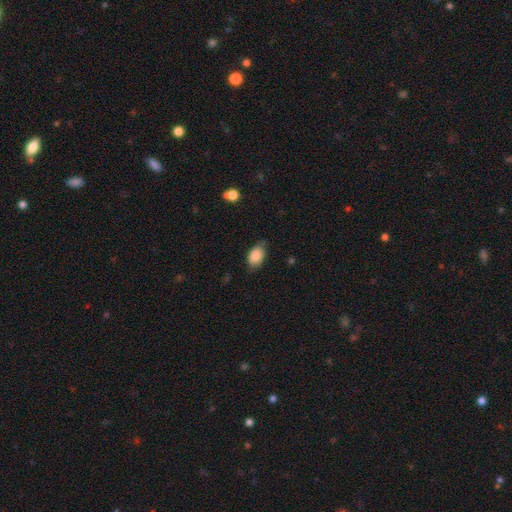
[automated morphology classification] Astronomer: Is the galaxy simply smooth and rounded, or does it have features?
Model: smooth — 86%.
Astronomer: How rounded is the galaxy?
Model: in between — 87%.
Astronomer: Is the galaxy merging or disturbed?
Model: none — 71%.